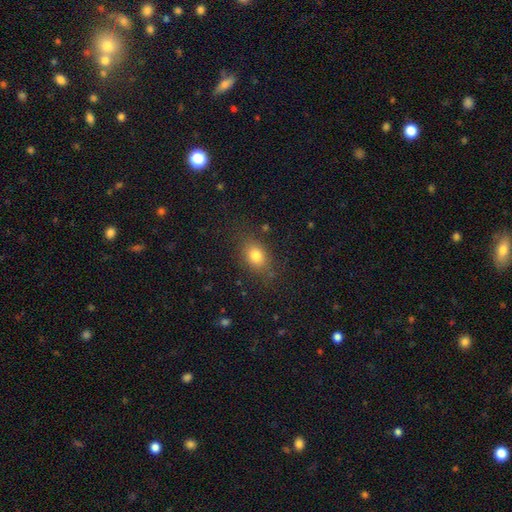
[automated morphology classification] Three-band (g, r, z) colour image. It shows a smooth galaxy with no disk features (79%) that is in between round and cigar-shaped (68%). Merging: none (80%).